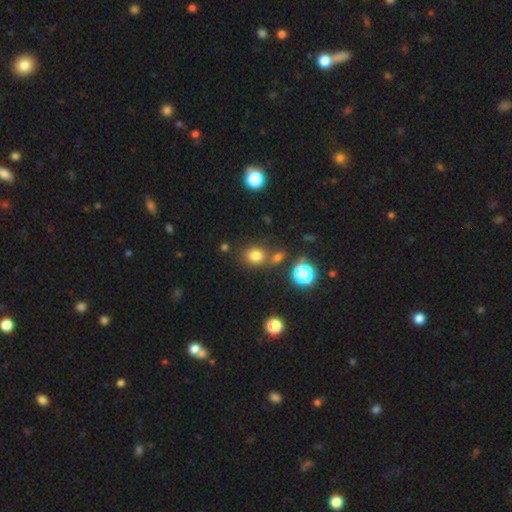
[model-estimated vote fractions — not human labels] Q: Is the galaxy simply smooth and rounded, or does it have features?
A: smooth — 75%.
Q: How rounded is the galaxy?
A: round — 68%.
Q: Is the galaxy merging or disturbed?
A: none — 68%.